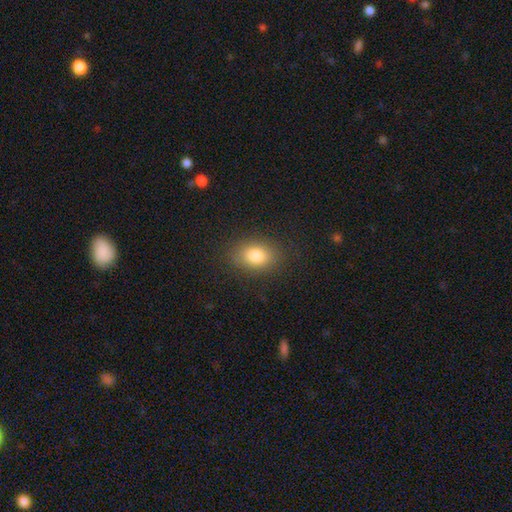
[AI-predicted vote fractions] This appears to be a smooth galaxy with no disk features (82%) that is in between round and cigar-shaped (72%). Merging: none (86%).